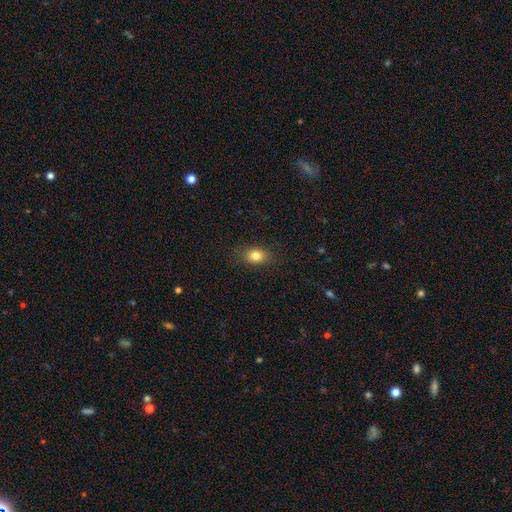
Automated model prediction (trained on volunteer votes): This is clearly a smooth galaxy (82%). How rounded: likely in between (68%). Merging: clearly none (86%).